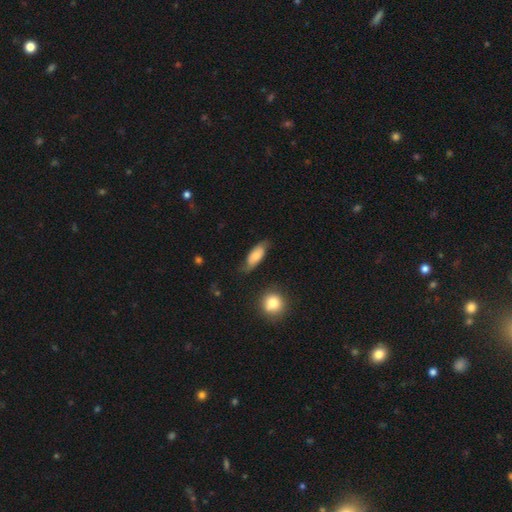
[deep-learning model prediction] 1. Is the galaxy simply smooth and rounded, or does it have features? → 67% smooth, 26% featured or disk, 7% star or artifact.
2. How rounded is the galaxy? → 77% in between, 20% cigar-shaped, 3% round.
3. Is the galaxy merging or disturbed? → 67% none, 24% minor disturbance, 7% major disturbance, 2% merger.